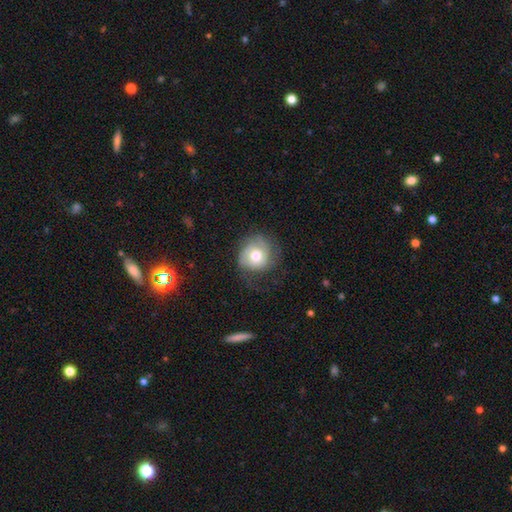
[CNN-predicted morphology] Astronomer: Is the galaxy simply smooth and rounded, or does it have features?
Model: smooth — 53% (runner-up: featured or disk, 38%).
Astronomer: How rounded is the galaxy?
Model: round — 85%.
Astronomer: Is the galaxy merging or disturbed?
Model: none — 56%.